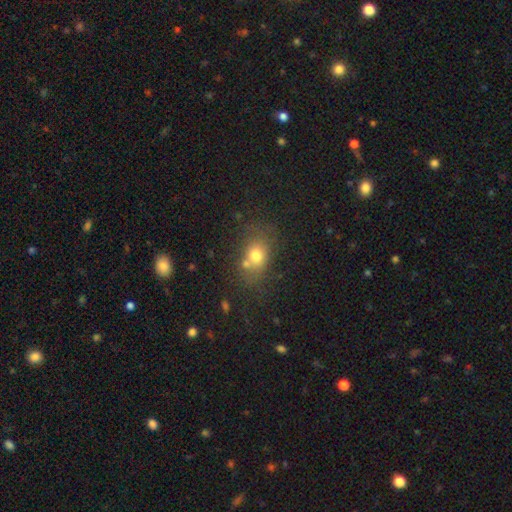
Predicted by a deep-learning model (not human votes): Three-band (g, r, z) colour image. It shows a smooth galaxy with no disk features (72%) that is in between round and cigar-shaped (52%). Merging: none (56%).